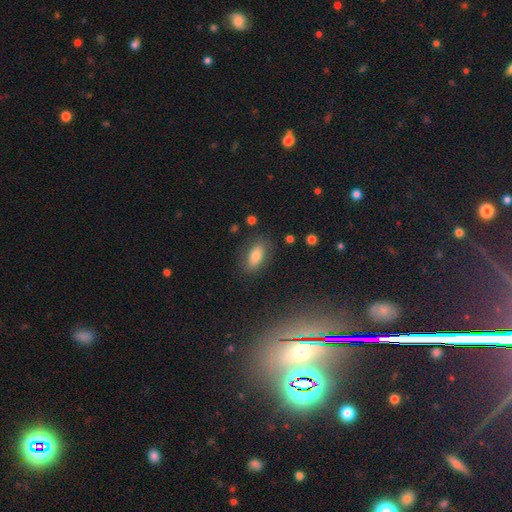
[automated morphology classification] Smooth or featured?
  - smooth: 76% *
  - featured or disk: 15%
  - star or artifact: 9%
How rounded?
  - in between: 84% *
  - cigar-shaped: 11%
  - round: 5%
Merging?
  - none: 81% *
  - minor disturbance: 13%
  - major disturbance: 4%
  - merger: 2%